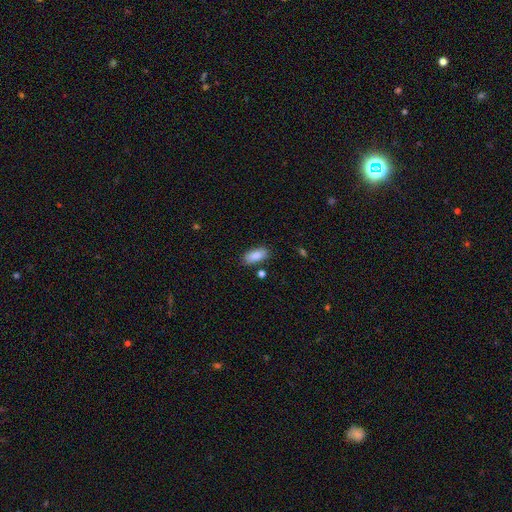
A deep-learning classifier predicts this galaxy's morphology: smooth_or_featured: smooth (p=0.87) [alt: star or artifact p=0.07]
how_rounded: in between (p=0.87) [alt: cigar-shaped p=0.11]
merging: none (p=0.82) [alt: minor disturbance p=0.12]